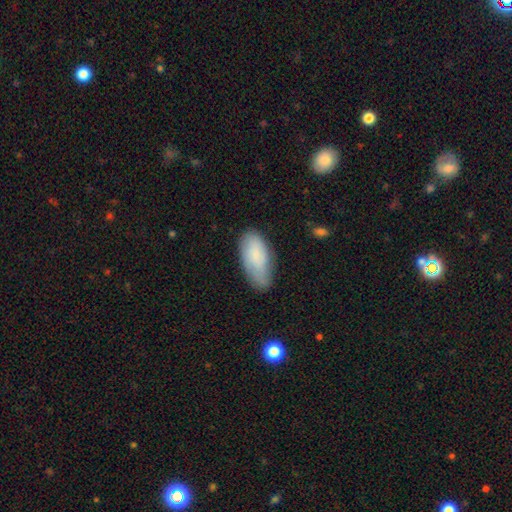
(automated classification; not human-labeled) This appears to be a smooth galaxy with no disk features (78%) that is in between round and cigar-shaped (89%). Merging: none (63%).